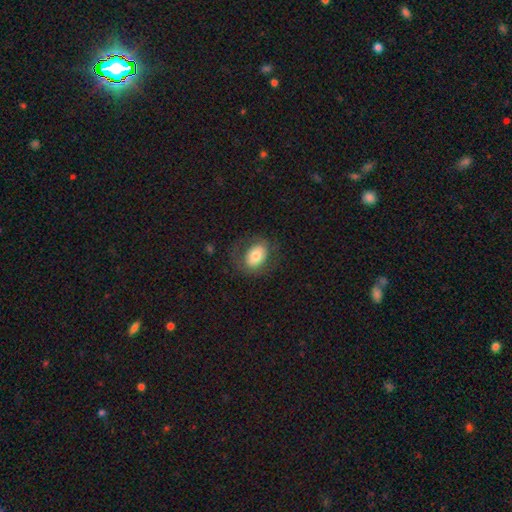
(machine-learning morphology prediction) smooth_or_featured: smooth (p=0.71) [alt: featured or disk p=0.21]
how_rounded: in between (p=0.77) [alt: round p=0.22]
merging: none (p=0.72) [alt: minor disturbance p=0.16]